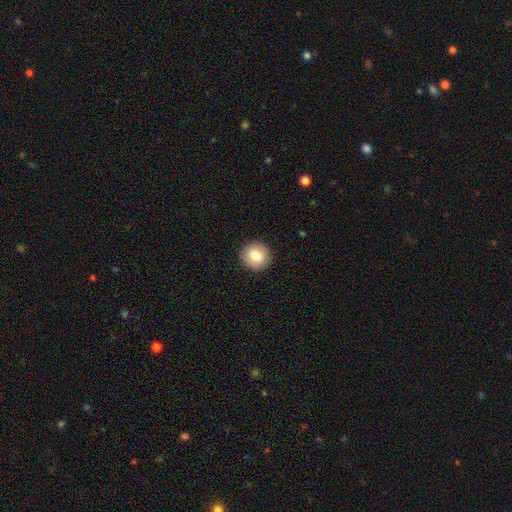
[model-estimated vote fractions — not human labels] smooth_or_featured: smooth (p=0.81) [alt: featured or disk p=0.11]
how_rounded: round (p=0.90) [alt: in between p=0.09]
merging: none (p=0.92) [alt: minor disturbance p=0.06]